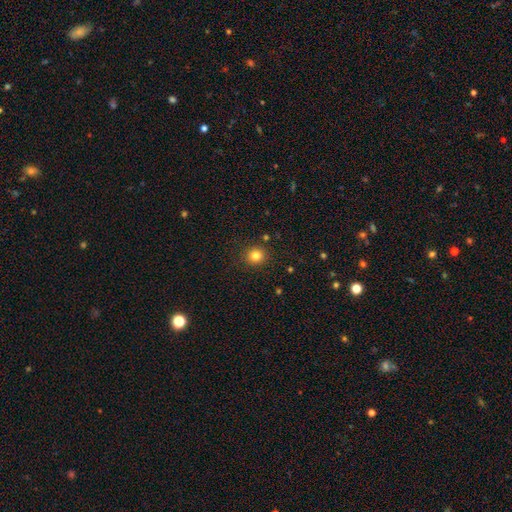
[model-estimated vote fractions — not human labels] Q: Smooth or featured?
A: smooth (82%); runner-up: star or artifact (12%)
Q: How rounded?
A: round (86%); runner-up: in between (13%)
Q: Merging?
A: none (89%); runner-up: minor disturbance (7%)